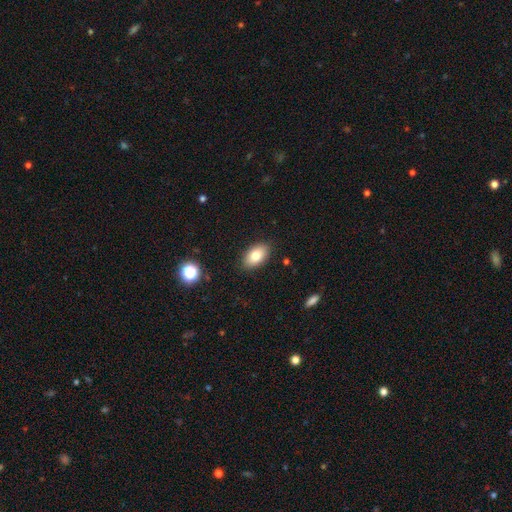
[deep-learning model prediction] Smooth or featured? Predicted: smooth (p=0.79). How rounded? Predicted: in between (p=0.92). Merging? Predicted: none (p=0.88).